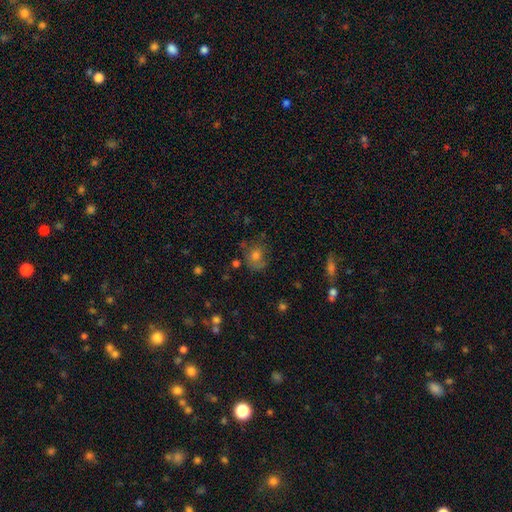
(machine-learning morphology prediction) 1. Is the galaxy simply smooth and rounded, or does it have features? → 67% smooth, 17% featured or disk, 17% star or artifact.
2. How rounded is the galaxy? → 69% round, 30% in between, 1% cigar-shaped.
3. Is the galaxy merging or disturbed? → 60% none, 23% minor disturbance, 11% major disturbance, 6% merger.